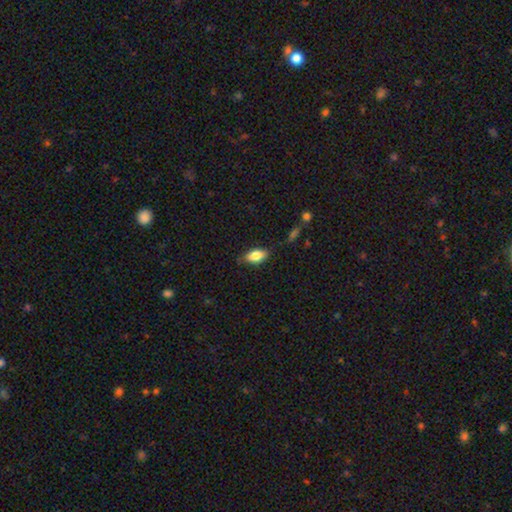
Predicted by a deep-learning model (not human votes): Morphology: type=smooth (81%); roundness=in between (89%); merging=none (77%).